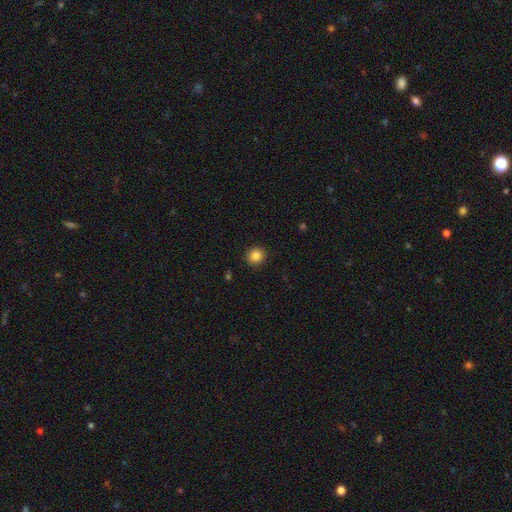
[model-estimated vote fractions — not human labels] Smooth or featured? Predicted: smooth (p=0.84). How rounded? Predicted: round (p=0.90). Merging? Predicted: none (p=0.91).